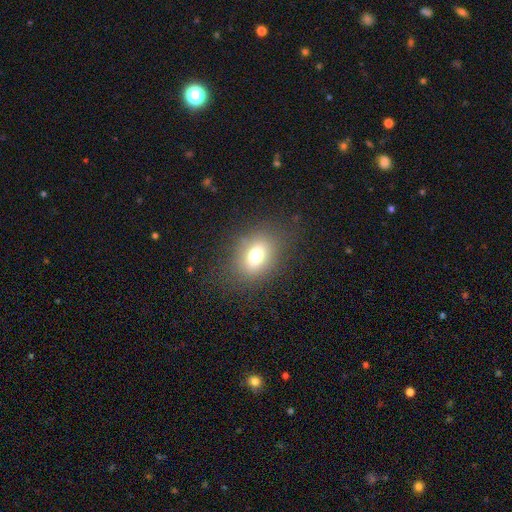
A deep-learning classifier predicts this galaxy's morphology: smooth-or-featured: smooth: 72% | star or artifact: 14% | featured or disk: 14%
  how-rounded: in between: 61% | round: 38% | cigar-shaped: 2%
  merging: none: 81% | minor disturbance: 12% | major disturbance: 7% | merger: 1%